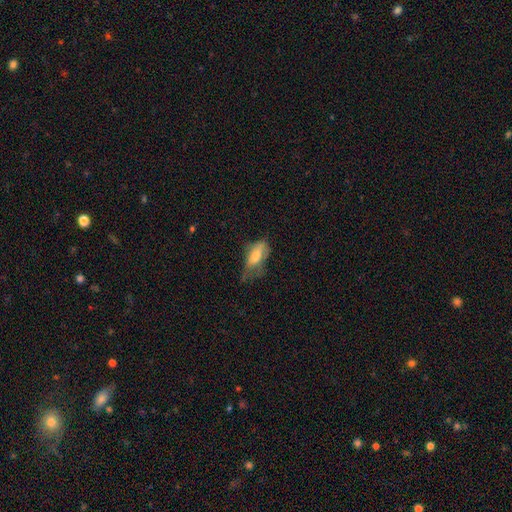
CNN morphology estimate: Smooth or featured?
  - smooth: 59% *
  - featured or disk: 32%
  - star or artifact: 9%
How rounded?
  - in between: 80% *
  - cigar-shaped: 16%
  - round: 4%
Merging?
  - minor disturbance: 36% *
  - none: 34%
  - major disturbance: 28%
  - merger: 2%